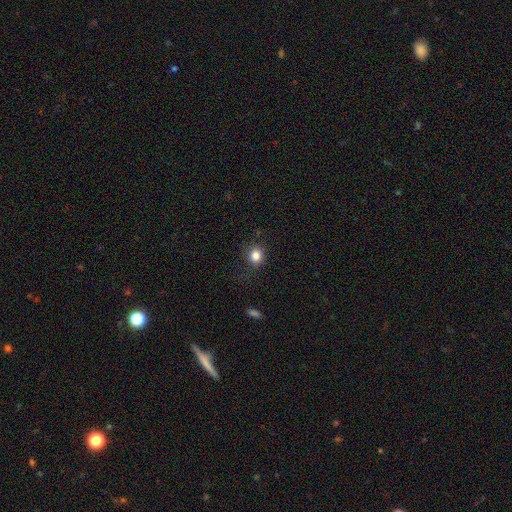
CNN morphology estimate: Smooth or featured? Predicted: smooth (p=0.83). How rounded? Predicted: round (p=0.73). Merging? Predicted: none (p=0.81).